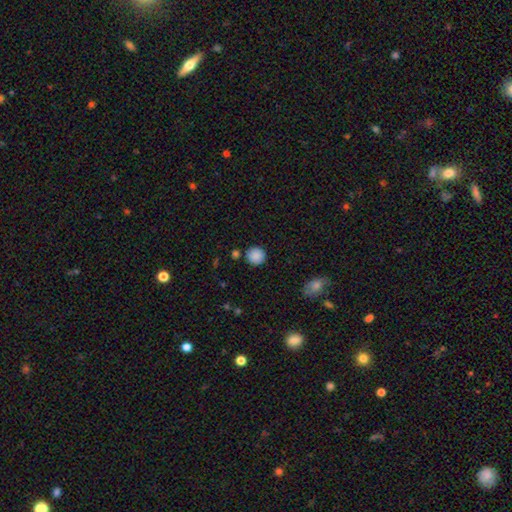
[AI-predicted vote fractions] Smooth or featured? smooth (87%)
How rounded? round (93%)
Merging? none (85%)